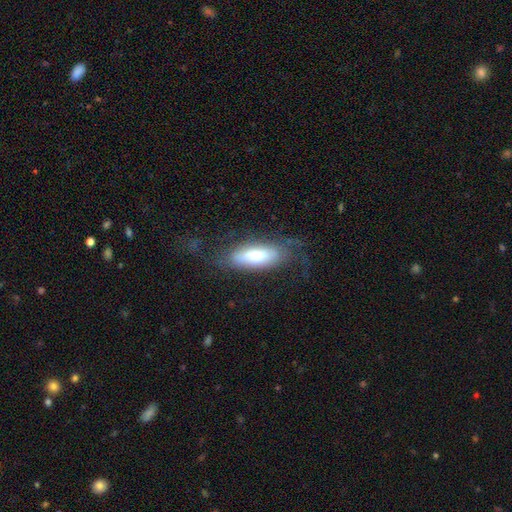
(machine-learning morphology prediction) smooth-or-featured: smooth: 59% | featured or disk: 35% | star or artifact: 7%
  how-rounded: in between: 74% | cigar-shaped: 23% | round: 3%
  merging: none: 64% | minor disturbance: 19% | major disturbance: 15% | merger: 2%